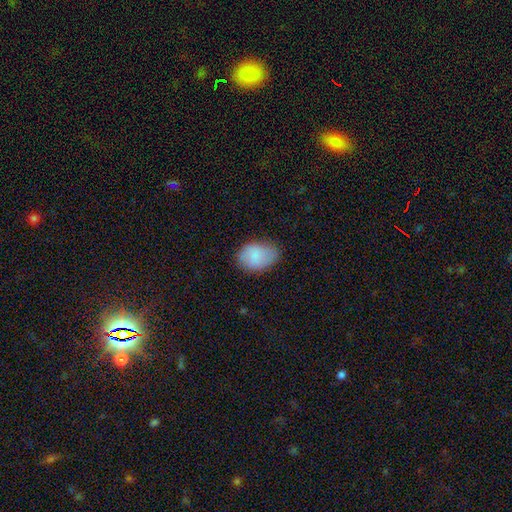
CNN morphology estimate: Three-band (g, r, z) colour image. It shows a smooth galaxy with no disk features (84%) that is in between round and cigar-shaped (78%). Merging: none (69%).